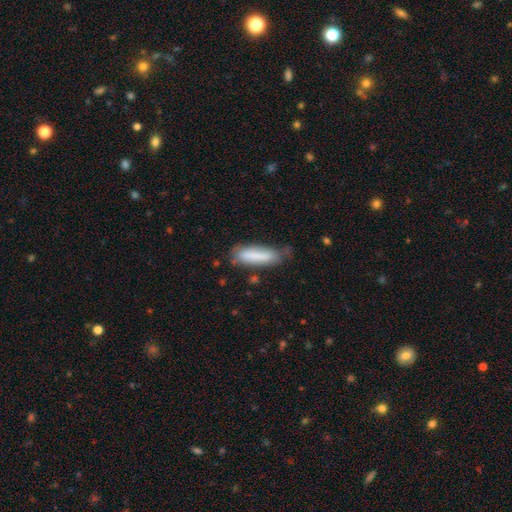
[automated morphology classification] This is likely a smooth galaxy (78%). How rounded: likely cigar-shaped (66%). Merging: likely none (60%).